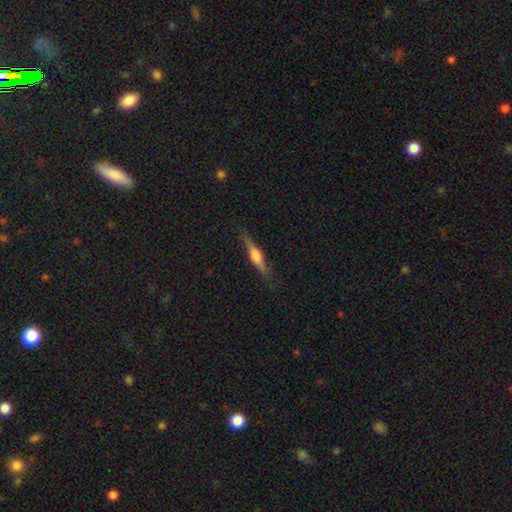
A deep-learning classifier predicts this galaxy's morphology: A featured or disk galaxy (61%) viewed edge-on (97%) with a rounded central bulge (81%). Merging: none (83%).